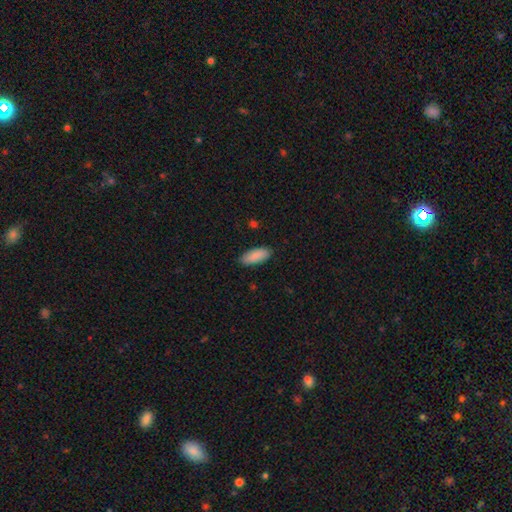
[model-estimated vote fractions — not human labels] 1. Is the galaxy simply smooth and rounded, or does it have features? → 89% smooth, 6% star or artifact, 5% featured or disk.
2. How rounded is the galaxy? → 83% in between, 16% cigar-shaped, 2% round.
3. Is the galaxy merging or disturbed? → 88% none, 9% minor disturbance, 2% major disturbance, 1% merger.